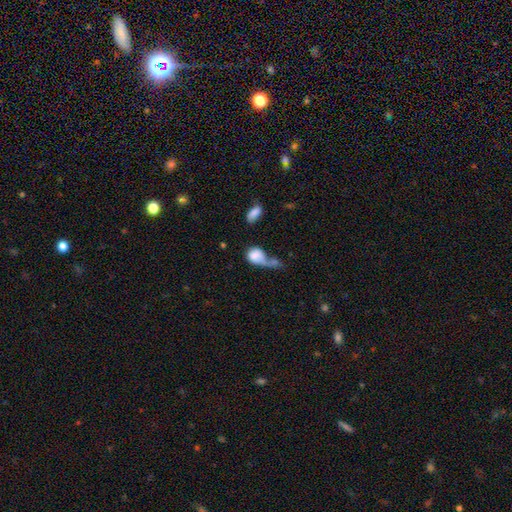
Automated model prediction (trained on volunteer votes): The model was most divided on "merging": major disturbance: 42%, merger: 28%, none: 16%, minor disturbance: 14%. More confident: smooth or featured — smooth (68%); how rounded — in between (60%).